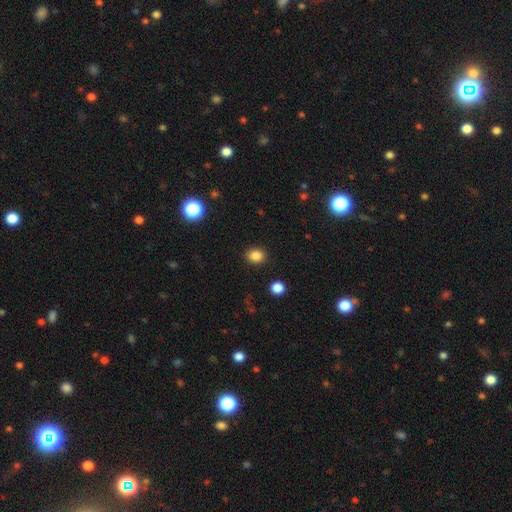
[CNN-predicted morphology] A smooth galaxy with no disk features (85%) that is round (62%). Merging: none (89%).